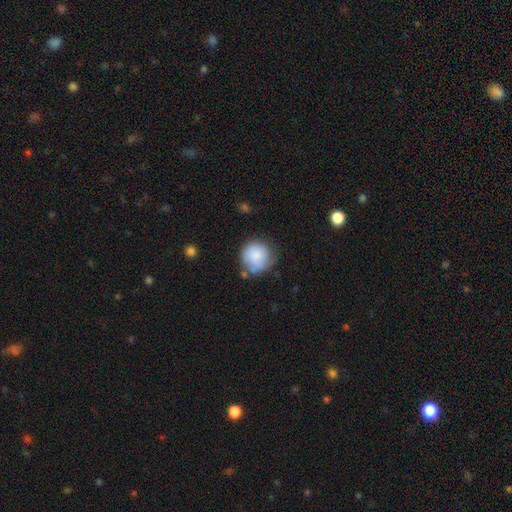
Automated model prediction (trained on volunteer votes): smooth 83%, featured or disk 10%, star or artifact 7%. Down the decision tree: how rounded — round (91%); merging — none (63%).